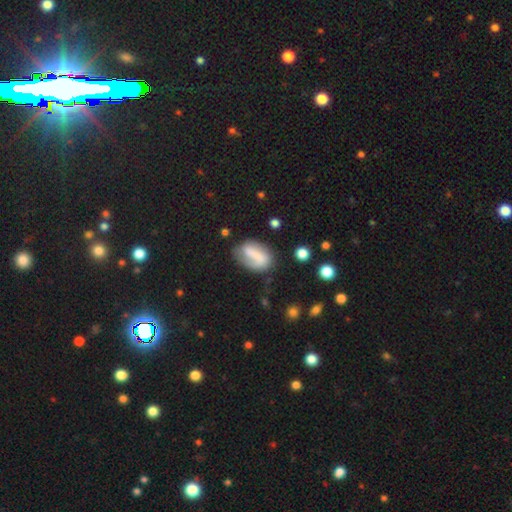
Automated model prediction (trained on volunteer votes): smooth-or-featured: smooth: 54% | featured or disk: 38% | star or artifact: 8%
  how-rounded: in between: 82% | round: 15% | cigar-shaped: 3%
  merging: none: 48% | minor disturbance: 27% | major disturbance: 19% | merger: 6%